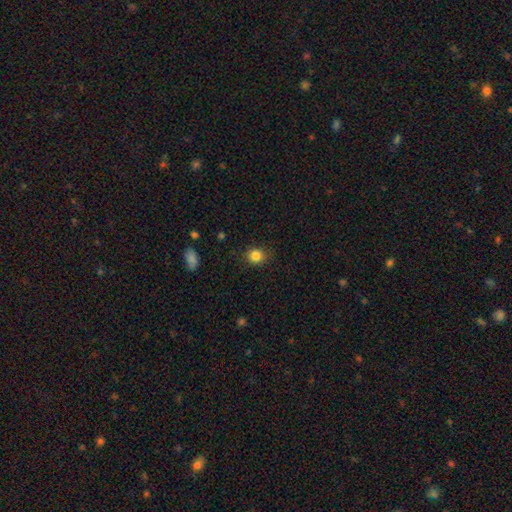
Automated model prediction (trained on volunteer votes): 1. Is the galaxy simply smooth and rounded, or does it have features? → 84% smooth, 11% star or artifact, 5% featured or disk.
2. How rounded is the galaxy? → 76% round, 23% in between, 1% cigar-shaped.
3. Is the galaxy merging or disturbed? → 85% none, 11% minor disturbance, 3% major disturbance, 1% merger.